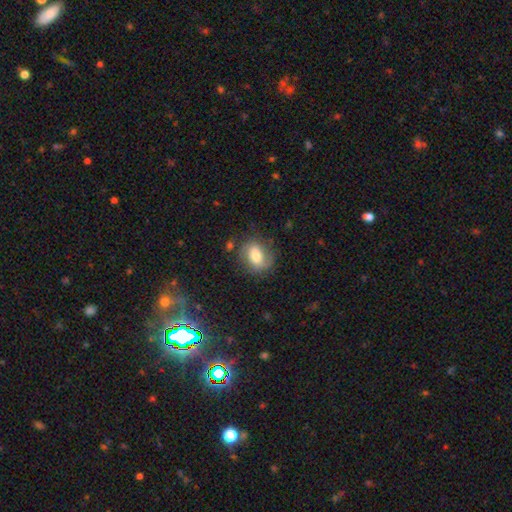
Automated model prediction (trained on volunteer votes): Q: Smooth or featured?
A: smooth (64%); runner-up: featured or disk (27%)
Q: How rounded?
A: in between (61%); runner-up: round (37%)
Q: Merging?
A: none (72%); runner-up: minor disturbance (19%)